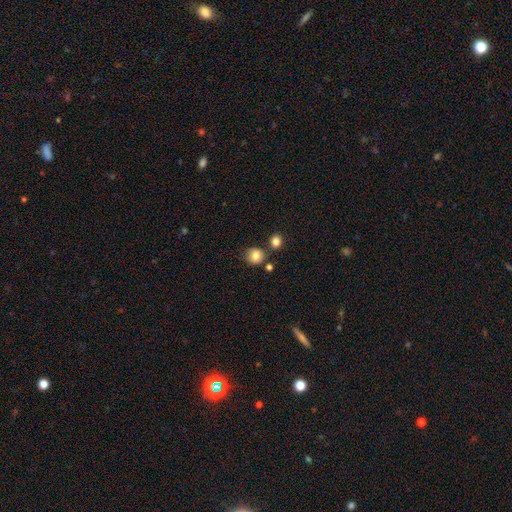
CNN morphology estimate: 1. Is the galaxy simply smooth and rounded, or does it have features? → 83% smooth, 10% star or artifact, 6% featured or disk.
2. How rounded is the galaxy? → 83% round, 16% in between, 1% cigar-shaped.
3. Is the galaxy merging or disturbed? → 73% none, 12% minor disturbance, 11% merger, 3% major disturbance.